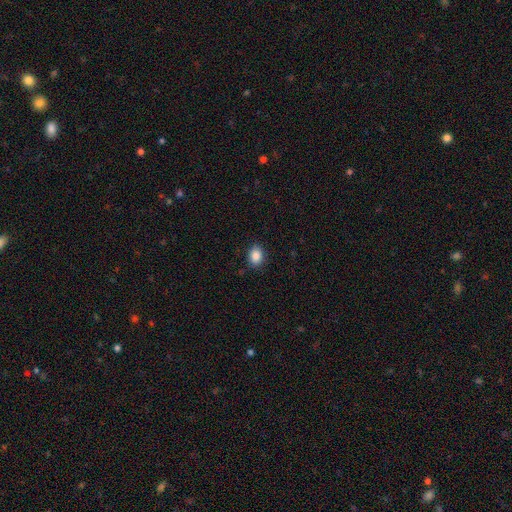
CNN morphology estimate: Q: Smooth or featured?
A: smooth (88%); runner-up: star or artifact (9%)
Q: How rounded?
A: in between (64%); runner-up: round (35%)
Q: Merging?
A: none (86%); runner-up: minor disturbance (10%)